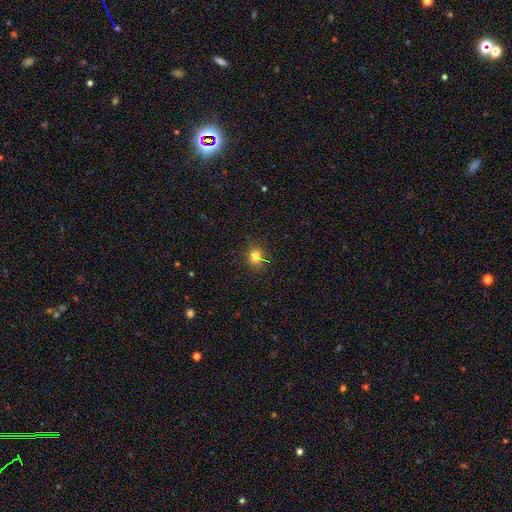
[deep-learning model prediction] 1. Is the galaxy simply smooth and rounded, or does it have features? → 79% smooth, 15% star or artifact, 7% featured or disk.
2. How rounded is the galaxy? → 74% round, 25% in between, 1% cigar-shaped.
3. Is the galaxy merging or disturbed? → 85% none, 10% minor disturbance, 3% major disturbance, 2% merger.